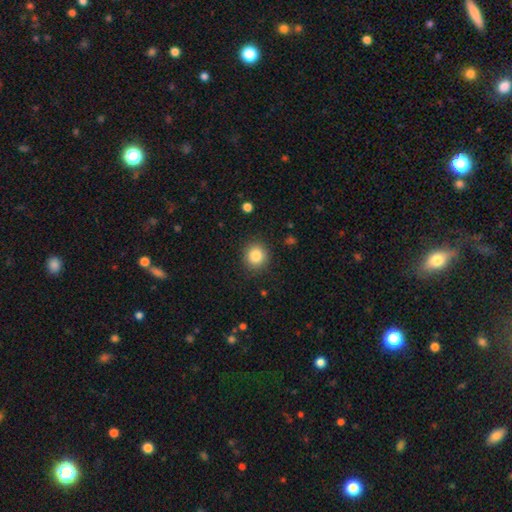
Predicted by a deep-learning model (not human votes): Smooth or featured: smooth — 84% (star or artifact — 10%)
How rounded: round — 91% (in between — 8%)
Merging: none — 90% (minor disturbance — 7%)